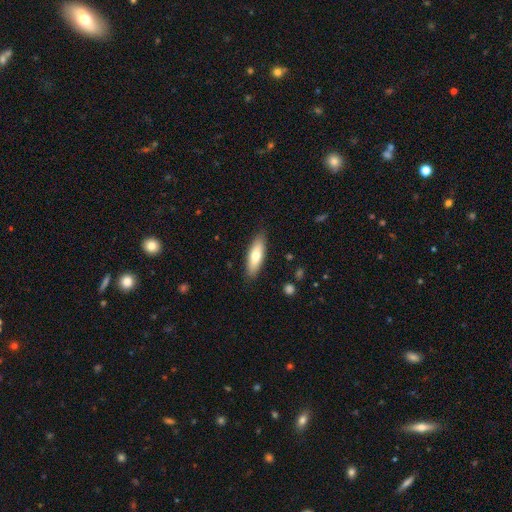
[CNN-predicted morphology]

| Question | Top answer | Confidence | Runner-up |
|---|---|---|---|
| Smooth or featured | smooth | 69% | featured or disk (25%) |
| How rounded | in between | 57% | cigar-shaped (41%) |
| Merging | none | 86% | minor disturbance (11%) |